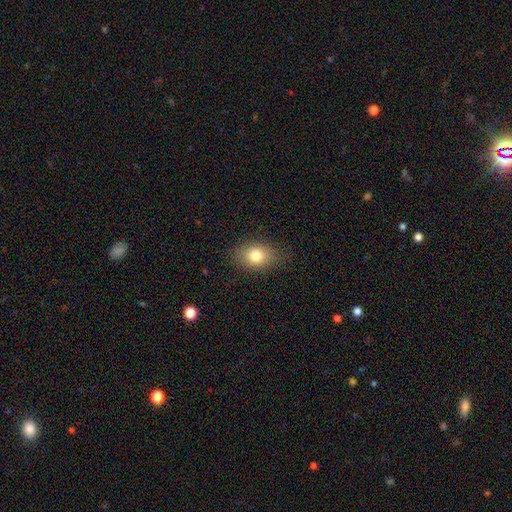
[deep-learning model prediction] smooth 79%, featured or disk 11%, star or artifact 10%. Down the decision tree: how rounded — in between (72%); merging — none (82%).